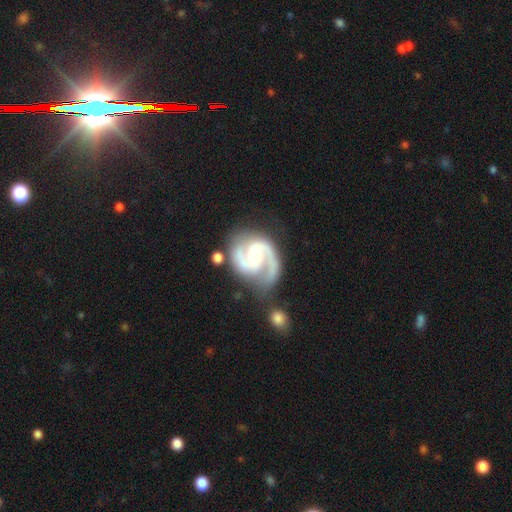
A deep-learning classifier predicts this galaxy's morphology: This appears to be a featured or disk galaxy (92%) with no bar (42%, tied with weak), 2 (92%) medium (60%) spiral arms (98%) and a moderate central bulge (51%). Merging: none (67%).